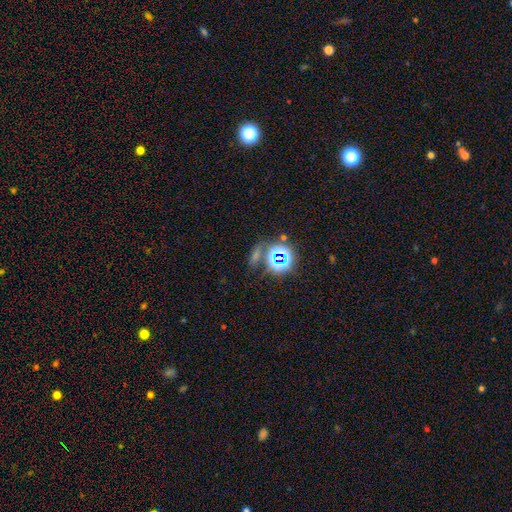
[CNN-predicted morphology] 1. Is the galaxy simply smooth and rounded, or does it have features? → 65% star or artifact, 24% smooth, 11% featured or disk.